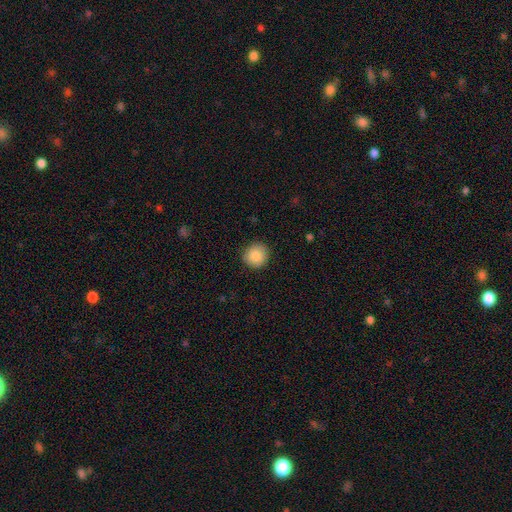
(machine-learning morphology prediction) smooth 86%, star or artifact 8%, featured or disk 6%. Down the decision tree: how rounded — round (91%); merging — none (90%).